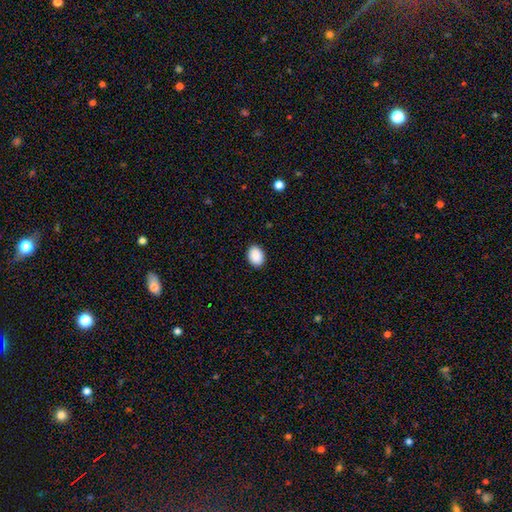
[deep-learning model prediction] This appears to be a smooth galaxy with no disk features (90%) that is in between round and cigar-shaped (66%). Merging: none (90%).